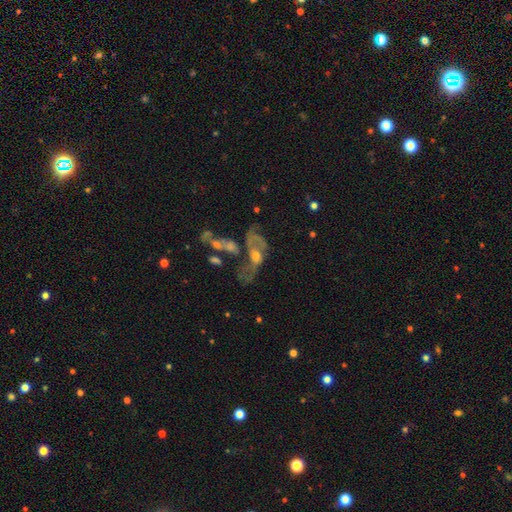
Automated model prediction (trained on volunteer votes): This appears to be a featured or disk galaxy (61%) with no bar (76%), no spiral arms (55%) and a moderate central bulge (52%). Merging: merger (41%).